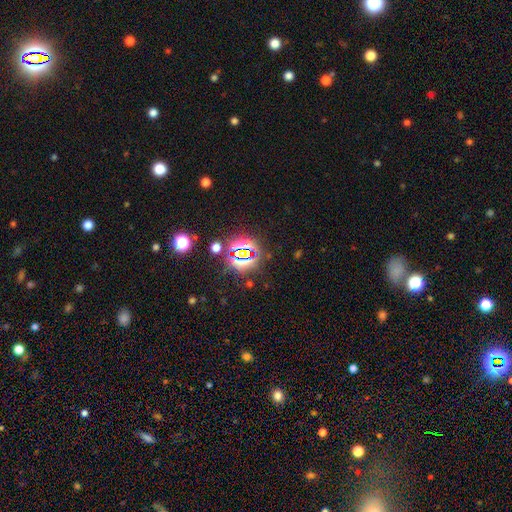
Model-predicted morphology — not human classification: star or artifact 80%, smooth 13%, featured or disk 7%.